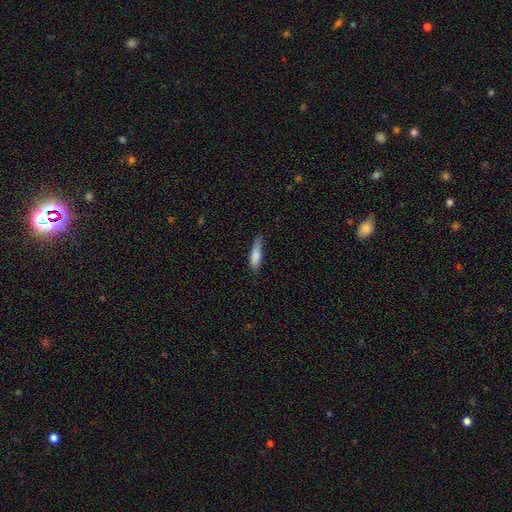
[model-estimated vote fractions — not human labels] Smooth or featured: smooth — 81% (featured or disk — 13%)
How rounded: cigar-shaped — 65% (in between — 33%)
Merging: none — 61% (minor disturbance — 31%)